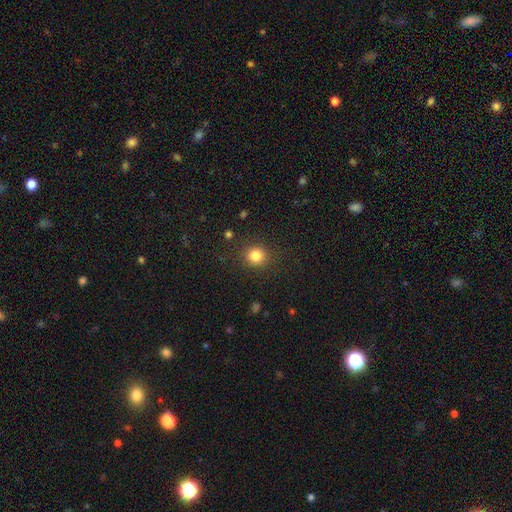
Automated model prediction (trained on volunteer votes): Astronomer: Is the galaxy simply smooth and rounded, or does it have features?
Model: smooth — 83%.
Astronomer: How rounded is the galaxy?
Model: round — 89%.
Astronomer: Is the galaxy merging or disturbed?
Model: none — 88%.